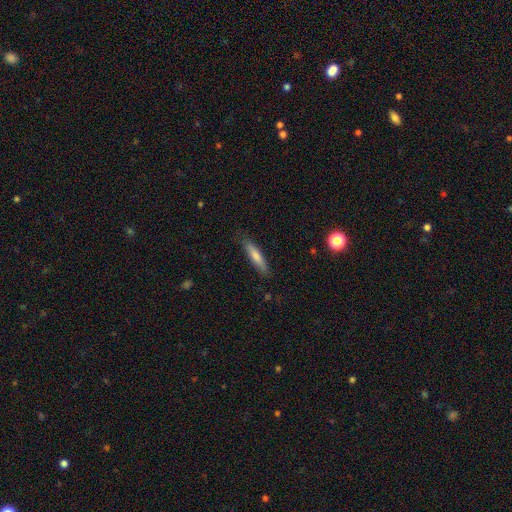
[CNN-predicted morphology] Overall: smooth (58%; featured or disk 33%). How rounded: cigar-shaped (87%). Merging: none (85%).